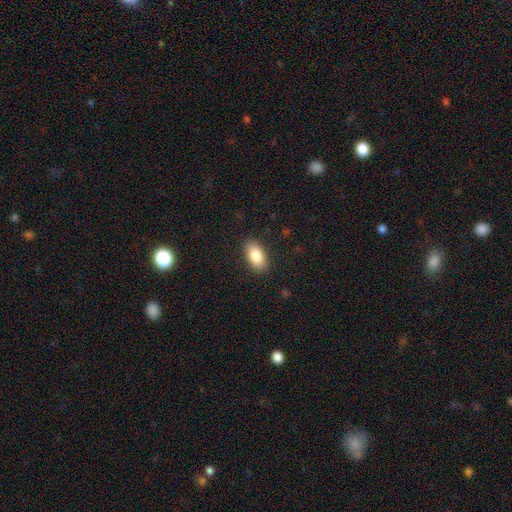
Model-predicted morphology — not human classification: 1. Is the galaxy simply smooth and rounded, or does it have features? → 85% smooth, 8% featured or disk, 7% star or artifact.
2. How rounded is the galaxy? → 93% in between, 4% round, 3% cigar-shaped.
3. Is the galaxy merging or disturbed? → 88% none, 9% minor disturbance, 2% major disturbance, 1% merger.